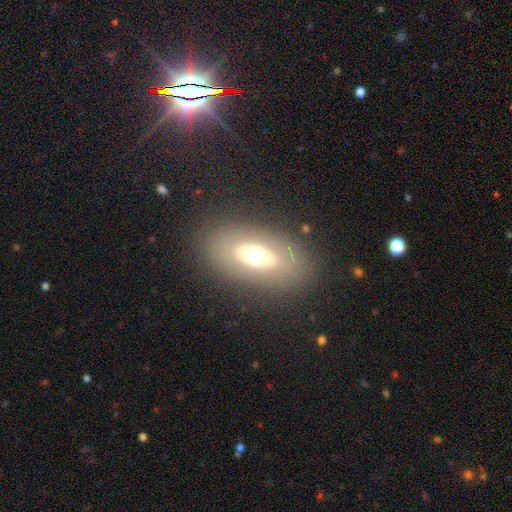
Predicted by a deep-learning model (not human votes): A smooth galaxy with no disk features (49%).

Vote fractions:
- Smooth or featured? smooth: 49% / featured or disk: 39% / star or artifact: 12%
- Merging? none: 83% / minor disturbance: 9% / major disturbance: 7% / merger: 1%